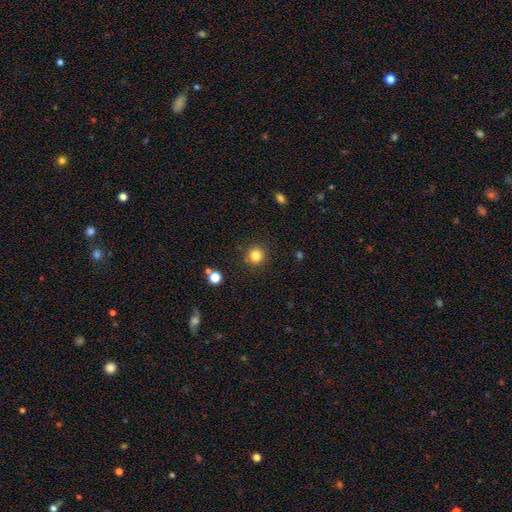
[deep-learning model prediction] Q: Smooth or featured?
A: smooth (83%); runner-up: star or artifact (12%)
Q: How rounded?
A: round (94%); runner-up: in between (5%)
Q: Merging?
A: none (90%); runner-up: minor disturbance (6%)